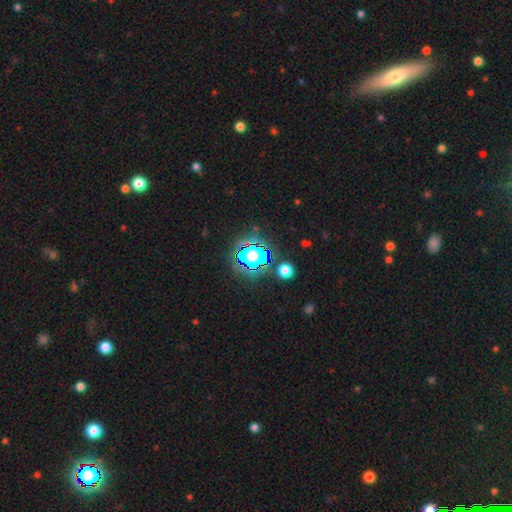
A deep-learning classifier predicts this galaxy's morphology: Q: Smooth or featured?
A: star or artifact (78%); runner-up: smooth (13%)